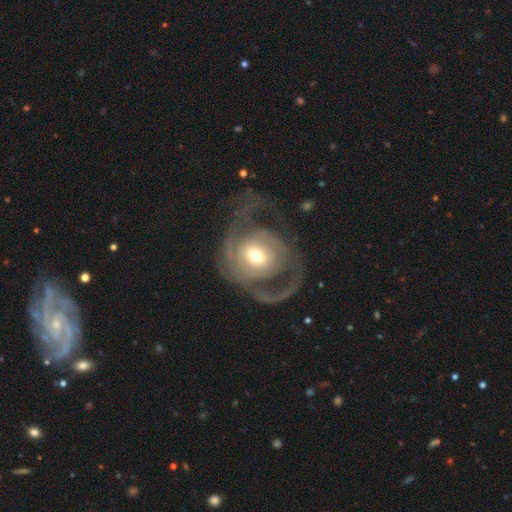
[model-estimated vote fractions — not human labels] This appears to be a featured or disk galaxy (78%) with no bar (67%), 2 (54%) medium (37%) spiral arms (85%) and a moderate central bulge (57%). Merging: none (43%).